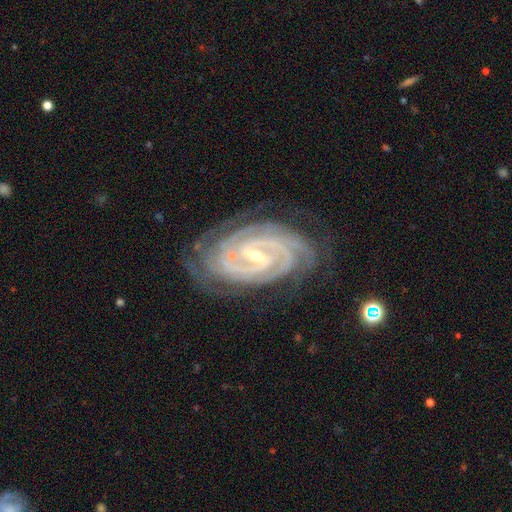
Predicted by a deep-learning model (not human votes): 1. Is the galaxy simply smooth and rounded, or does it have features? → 93% featured or disk, 4% star or artifact, 2% smooth.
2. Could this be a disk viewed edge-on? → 97% no, 3% yes.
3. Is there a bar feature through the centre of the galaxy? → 42% strong, 41% weak, 16% no.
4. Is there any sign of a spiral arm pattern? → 99% yes, 1% no.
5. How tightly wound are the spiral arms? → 83% tight, 15% medium, 2% loose.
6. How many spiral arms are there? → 34% 2, 22% 3, 19% 4, 11% can't tell, 8% more than 4, 6% 1.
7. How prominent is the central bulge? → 67% small, 30% moderate, 1% none, 1% large, 1% dominant.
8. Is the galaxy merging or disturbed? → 78% none, 16% minor disturbance, 4% major disturbance, 1% merger.